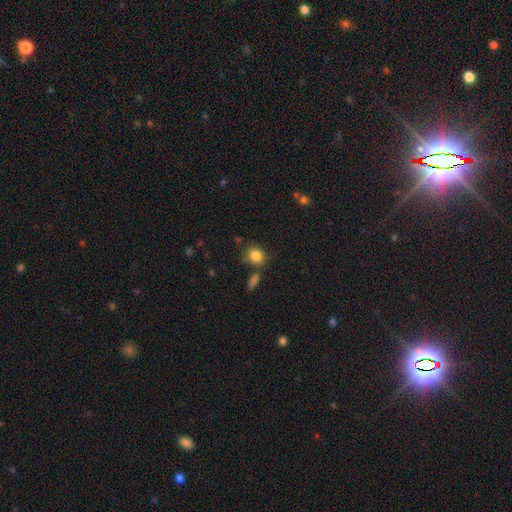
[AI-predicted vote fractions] A smooth galaxy with no disk features (85%) that is in between round and cigar-shaped (55%).

Vote fractions:
- Smooth or featured? smooth: 85% / star or artifact: 10% / featured or disk: 6%
- How rounded? in between: 55% / round: 44% / cigar-shaped: 1%
- Merging? none: 71% / minor disturbance: 14% / merger: 11% / major disturbance: 4%